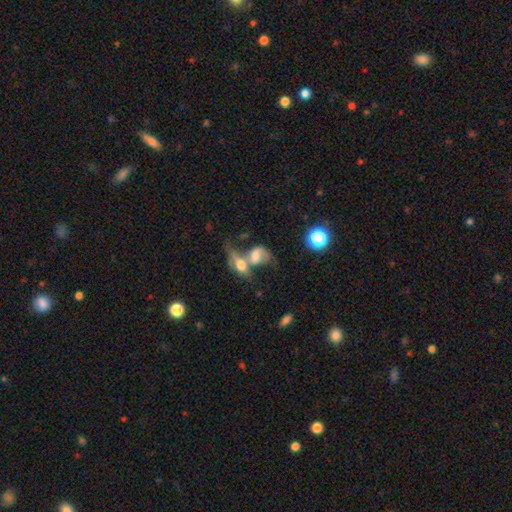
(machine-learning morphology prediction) smooth 50%, featured or disk 39%, star or artifact 11%. Down the decision tree: how rounded — in between (70%); merging — merger (73%).